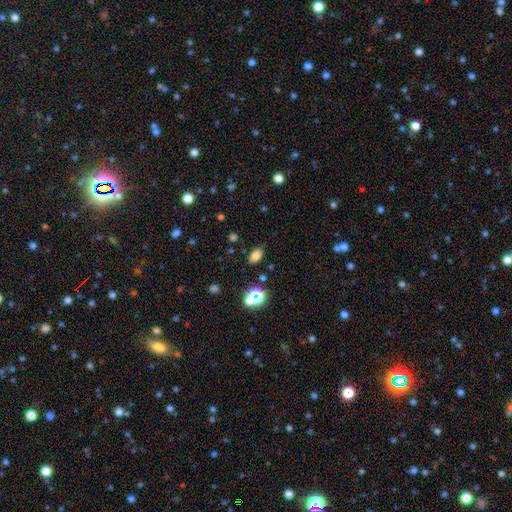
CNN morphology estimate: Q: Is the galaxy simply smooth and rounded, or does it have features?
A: smooth — 75%.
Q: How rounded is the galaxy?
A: in between — 86%.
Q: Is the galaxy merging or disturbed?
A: none — 85%.